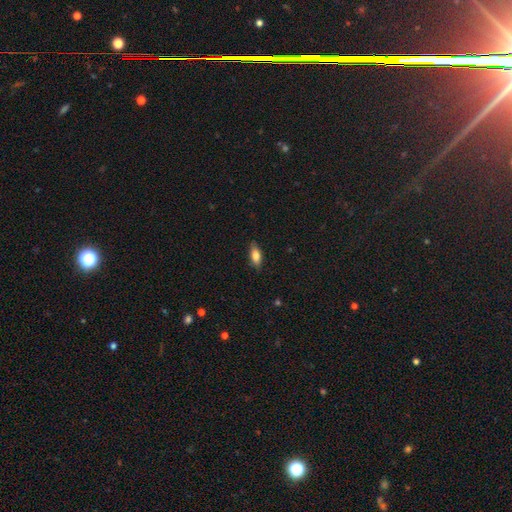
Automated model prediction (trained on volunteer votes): smooth-or-featured: smooth: 82% | featured or disk: 11% | star or artifact: 7%
  how-rounded: in between: 82% | cigar-shaped: 15% | round: 3%
  merging: none: 85% | minor disturbance: 12% | major disturbance: 2% | merger: 1%